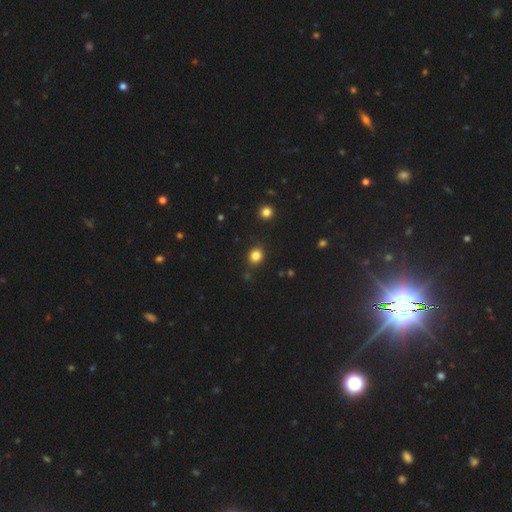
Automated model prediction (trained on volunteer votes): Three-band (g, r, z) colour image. It shows a smooth galaxy with no disk features (82%) that is round (78%). Merging: none (88%).